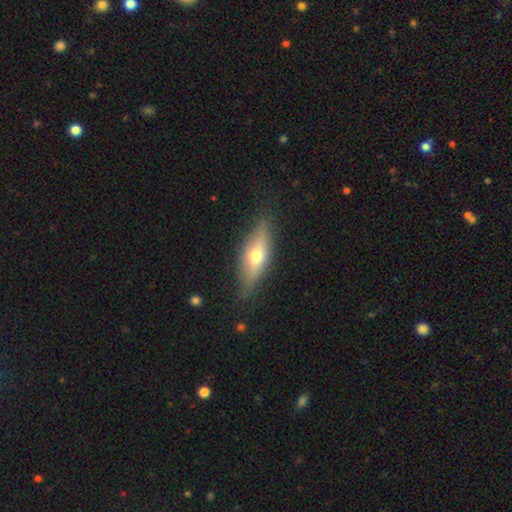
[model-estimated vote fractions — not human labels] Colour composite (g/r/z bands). It shows a smooth galaxy with no disk features (53%) that is in between round and cigar-shaped (54%). Merging: none (81%).